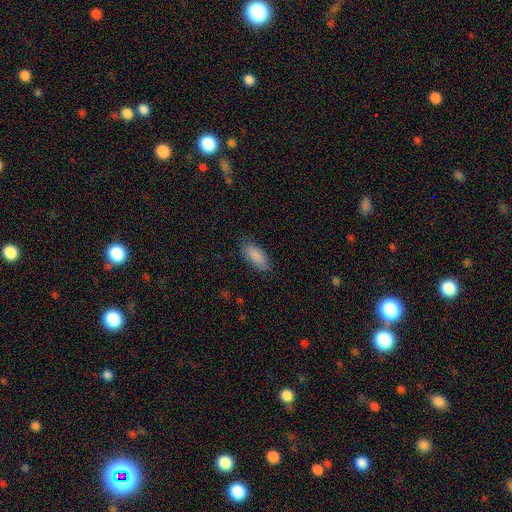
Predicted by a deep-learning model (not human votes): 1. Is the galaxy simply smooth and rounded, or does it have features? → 88% smooth, 6% star or artifact, 6% featured or disk.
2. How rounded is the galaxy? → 83% in between, 16% cigar-shaped, 2% round.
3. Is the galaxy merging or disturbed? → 82% none, 14% minor disturbance, 3% major disturbance, 1% merger.